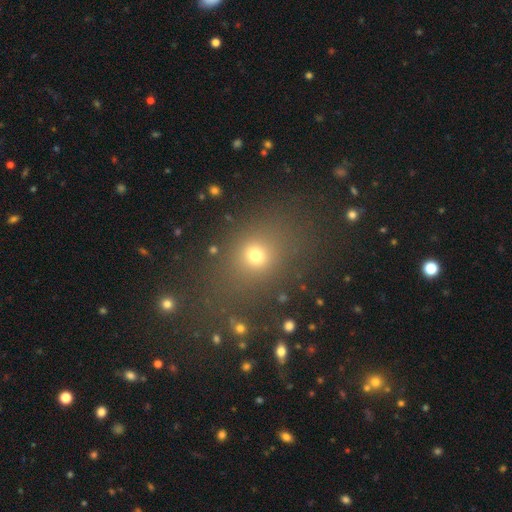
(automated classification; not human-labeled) This is likely a smooth galaxy (67%). How rounded: possibly round (58%). Merging: likely none (70%).